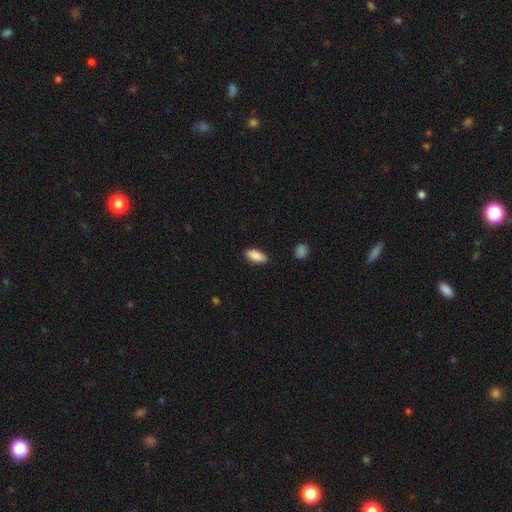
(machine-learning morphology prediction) This appears to be a smooth galaxy with no disk features (88%) that is in between round and cigar-shaped (86%). Merging: none (87%).